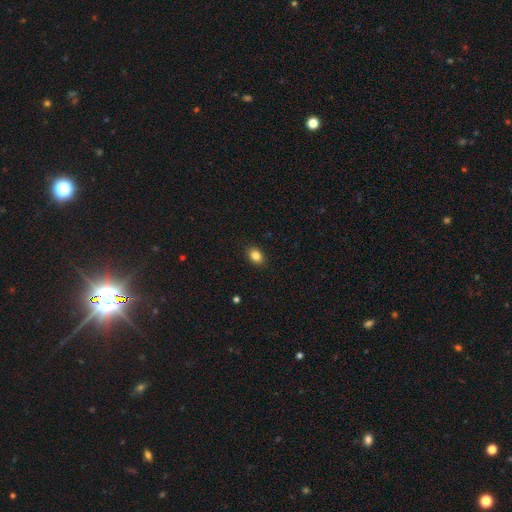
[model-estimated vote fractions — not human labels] This appears to be a smooth galaxy with no disk features (85%) that is in between round and cigar-shaped (70%). Merging: none (90%).